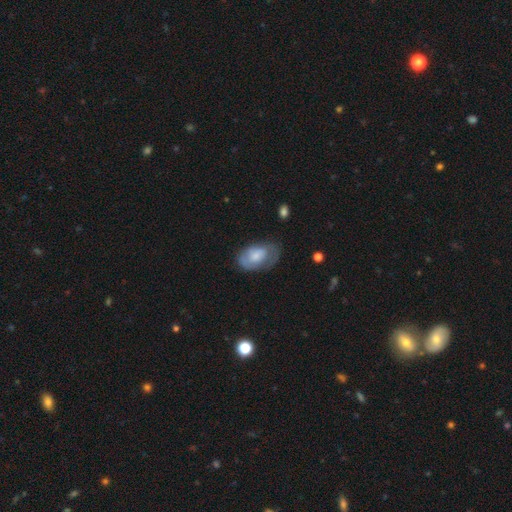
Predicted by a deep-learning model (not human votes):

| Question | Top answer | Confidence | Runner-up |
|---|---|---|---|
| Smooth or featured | smooth | 52% | featured or disk (41%) |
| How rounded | in between | 89% | round (10%) |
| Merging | none | 51% | minor disturbance (29%) |